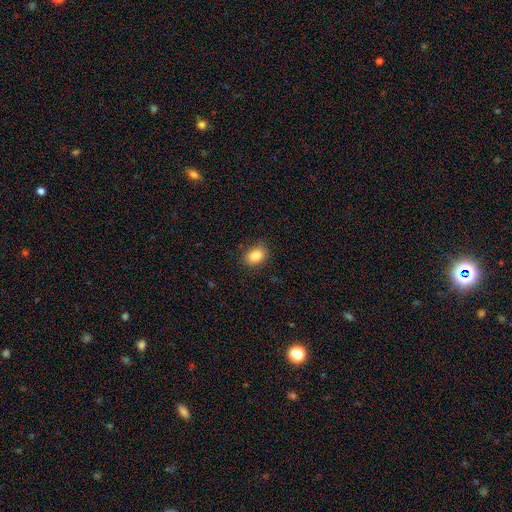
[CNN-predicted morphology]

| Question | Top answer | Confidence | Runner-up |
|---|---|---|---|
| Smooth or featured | smooth | 86% | star or artifact (9%) |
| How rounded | in between | 76% | round (23%) |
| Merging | none | 86% | minor disturbance (10%) |